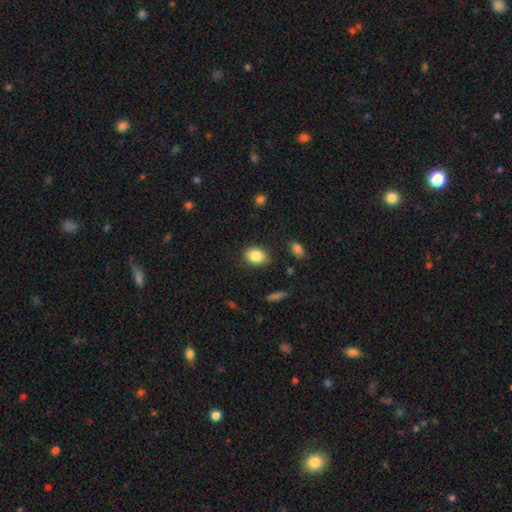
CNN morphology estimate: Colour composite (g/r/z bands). It shows a smooth galaxy with no disk features (85%) that is in between round and cigar-shaped (66%). Merging: none (82%).